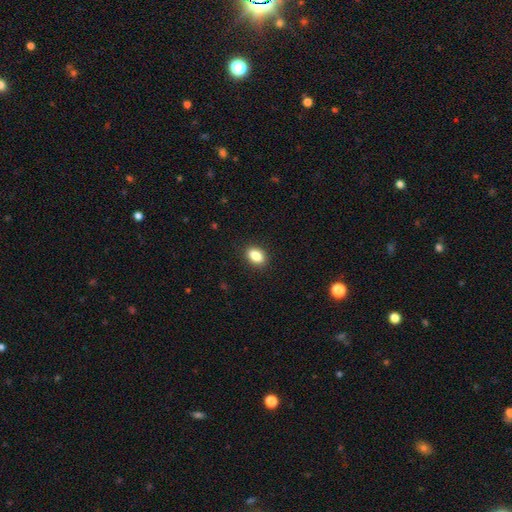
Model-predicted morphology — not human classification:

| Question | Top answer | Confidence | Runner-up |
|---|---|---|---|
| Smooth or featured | smooth | 86% | star or artifact (9%) |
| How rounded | in between | 83% | round (15%) |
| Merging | none | 89% | minor disturbance (8%) |